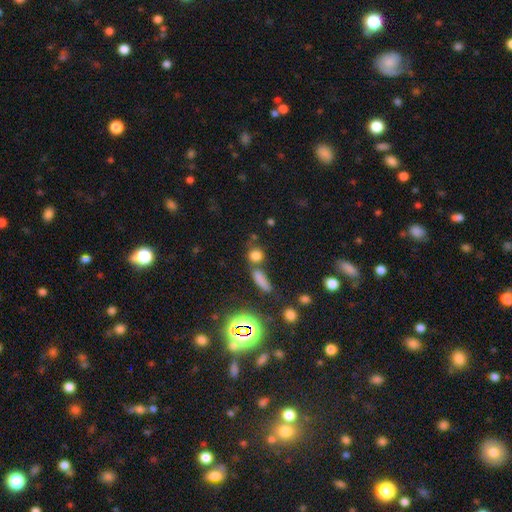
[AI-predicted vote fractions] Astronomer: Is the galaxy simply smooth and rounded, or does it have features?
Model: smooth — 73%.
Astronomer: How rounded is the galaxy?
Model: round — 75%.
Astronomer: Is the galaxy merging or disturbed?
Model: none — 62%.